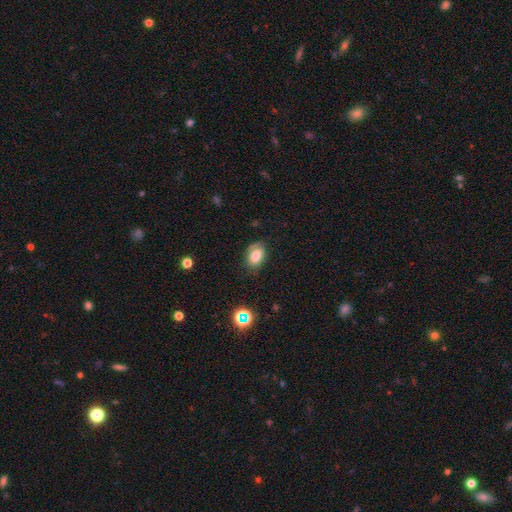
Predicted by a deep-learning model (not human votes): Smooth or featured: smooth — 75% (featured or disk — 14%)
How rounded: in between — 87% (round — 12%)
Merging: none — 71% (minor disturbance — 21%)